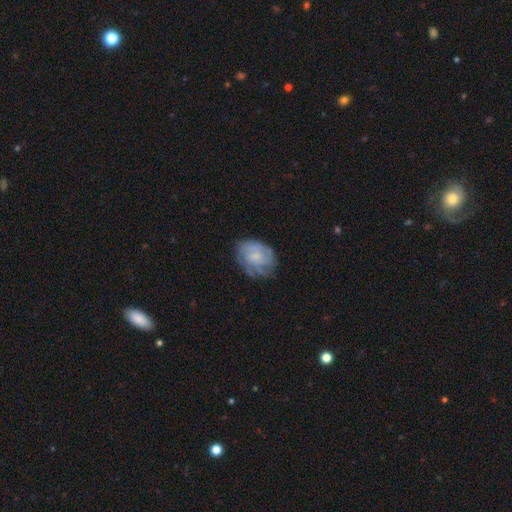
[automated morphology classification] Overall: featured or disk (62%; smooth 31%). Edge-on disk: no (98%). Bar: no (65%; weak 30%). Spiral arms: yes (84%). Spiral arm count: can't tell (43%; 3 20%). Spiral winding: tight (54%; medium 34%). Bulge size: small (50%; none 25%). Merging: none (65%).